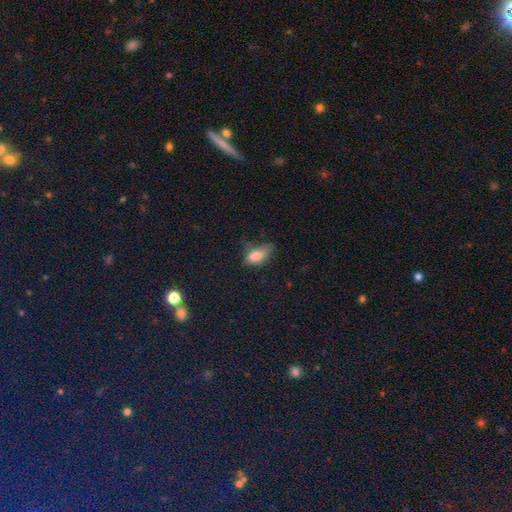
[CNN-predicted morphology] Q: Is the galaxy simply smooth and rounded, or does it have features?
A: smooth — 78%.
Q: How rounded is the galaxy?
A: in between — 86%.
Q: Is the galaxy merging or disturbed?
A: minor disturbance — 38%.